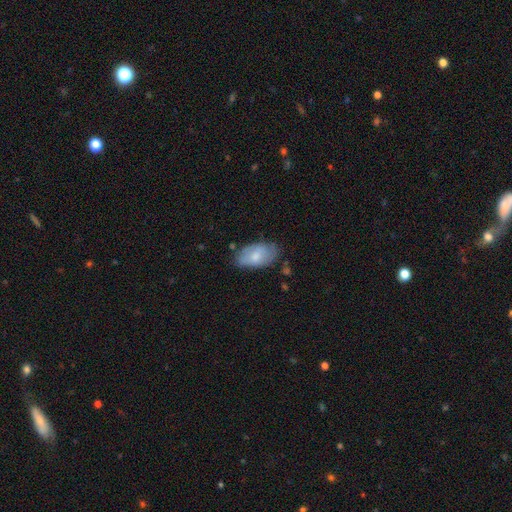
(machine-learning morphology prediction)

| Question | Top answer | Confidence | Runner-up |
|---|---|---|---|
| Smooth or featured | smooth | 71% | featured or disk (23%) |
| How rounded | in between | 94% | round (4%) |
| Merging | none | 65% | minor disturbance (26%) |